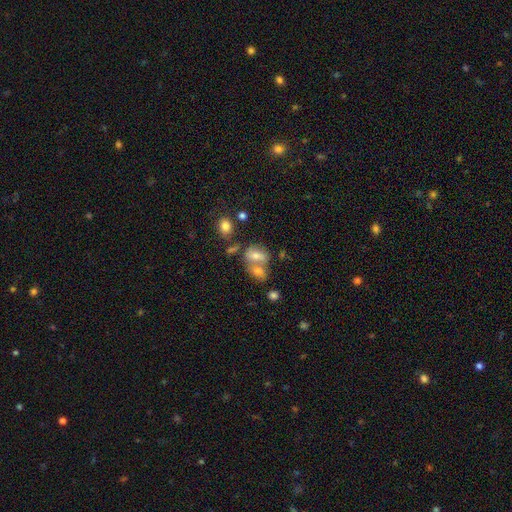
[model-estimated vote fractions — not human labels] smooth 65%, featured or disk 23%, star or artifact 12%. Down the decision tree: how rounded — in between (67%); merging — merger (55%).